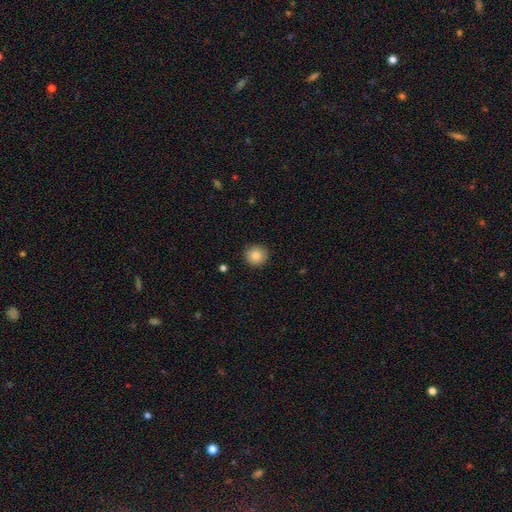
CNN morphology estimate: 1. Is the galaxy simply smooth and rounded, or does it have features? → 85% smooth, 9% star or artifact, 6% featured or disk.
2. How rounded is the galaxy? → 93% round, 6% in between, 1% cigar-shaped.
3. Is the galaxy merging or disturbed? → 91% none, 6% minor disturbance, 2% major disturbance, 1% merger.